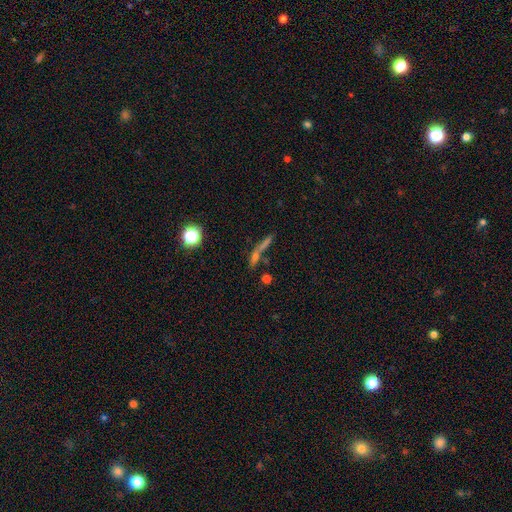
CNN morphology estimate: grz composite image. It shows a smooth galaxy with no disk features (40%). Merging: none (58%).